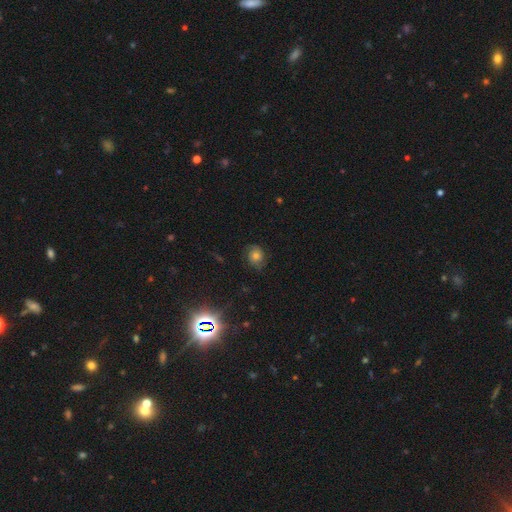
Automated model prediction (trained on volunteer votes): A featured or disk galaxy (44%).

Vote fractions:
- Smooth or featured? featured or disk: 44% / smooth: 39% / star or artifact: 17%
- Merging? none: 72% / minor disturbance: 18% / major disturbance: 8% / merger: 1%